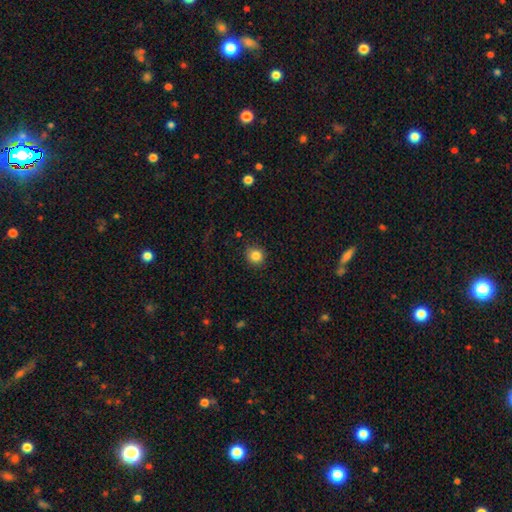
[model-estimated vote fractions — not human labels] smooth_or_featured: smooth (p=0.85) [alt: star or artifact p=0.11]
how_rounded: round (p=0.88) [alt: in between p=0.11]
merging: none (p=0.88) [alt: minor disturbance p=0.08]